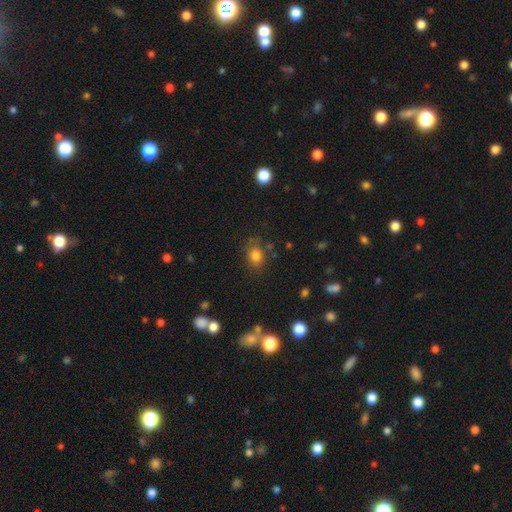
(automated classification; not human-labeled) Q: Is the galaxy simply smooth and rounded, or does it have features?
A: smooth — 79%.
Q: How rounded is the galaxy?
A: round — 53%.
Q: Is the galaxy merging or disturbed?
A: none — 75%.